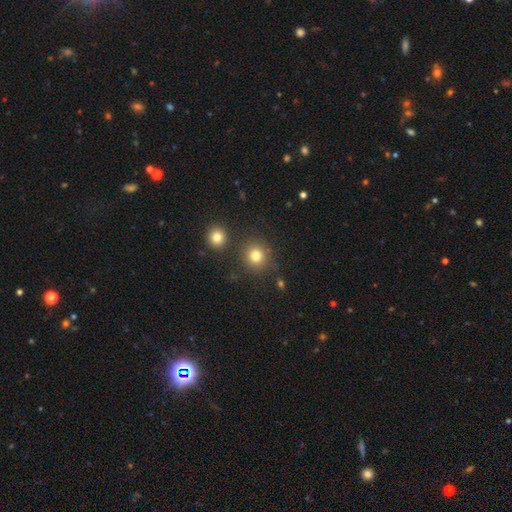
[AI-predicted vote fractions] Smooth or featured? smooth (79%)
How rounded? round (90%)
Merging? none (83%)